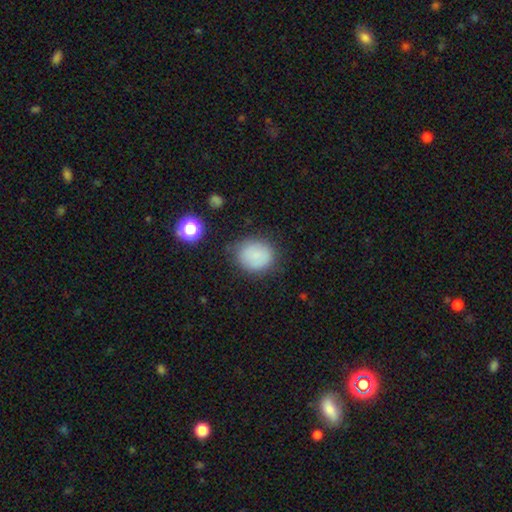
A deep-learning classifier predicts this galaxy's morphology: Smooth or featured? smooth (82%)
How rounded? round (69%)
Merging? none (75%)